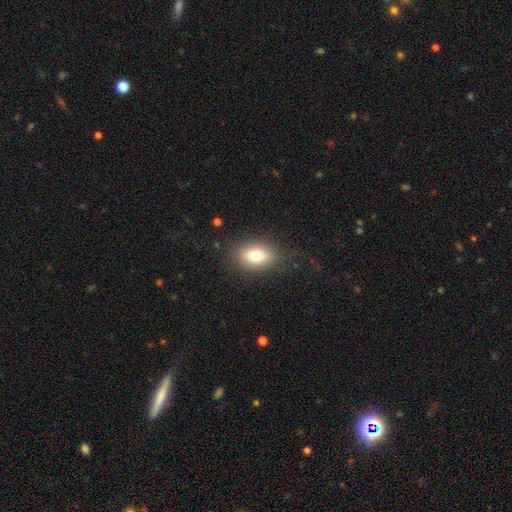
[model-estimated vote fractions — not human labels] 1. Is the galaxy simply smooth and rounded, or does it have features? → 76% smooth, 14% featured or disk, 10% star or artifact.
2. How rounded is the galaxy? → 74% in between, 23% round, 2% cigar-shaped.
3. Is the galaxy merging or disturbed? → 81% none, 13% minor disturbance, 5% major disturbance, 1% merger.